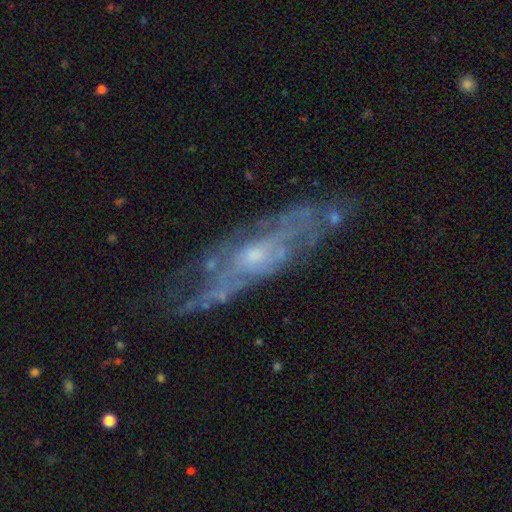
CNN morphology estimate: This is likely a featured or disk galaxy (79%). It is likely not viewed edge-on (72%). Bar: likely no (69%). Spiral arm pattern: clearly yes (82%). Central bulge: likely small (61%). Merging: likely none (72%).